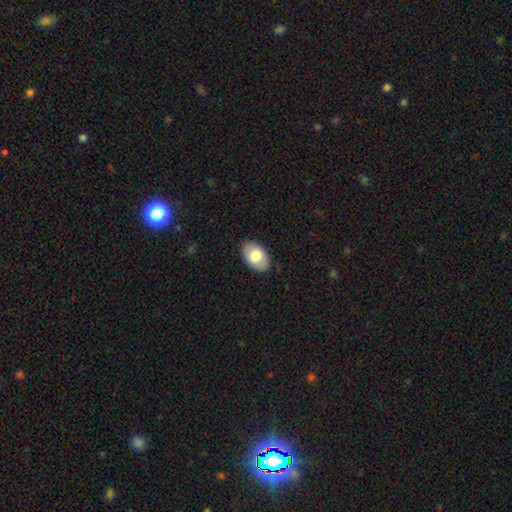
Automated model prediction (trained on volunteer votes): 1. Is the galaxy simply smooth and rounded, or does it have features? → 76% smooth, 18% featured or disk, 6% star or artifact.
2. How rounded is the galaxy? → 92% in between, 7% round, 1% cigar-shaped.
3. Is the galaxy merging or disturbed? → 88% none, 9% minor disturbance, 2% major disturbance, 1% merger.